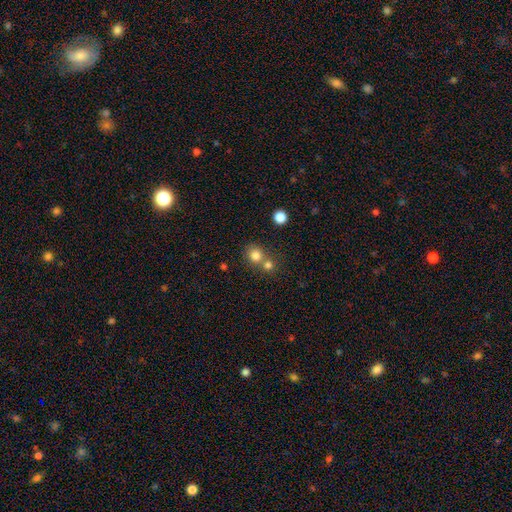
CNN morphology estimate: Smooth or featured?
  - smooth: 80% *
  - star or artifact: 12%
  - featured or disk: 7%
How rounded?
  - round: 82% *
  - in between: 17%
  - cigar-shaped: 1%
Merging?
  - none: 51% *
  - merger: 39%
  - minor disturbance: 7%
  - major disturbance: 3%